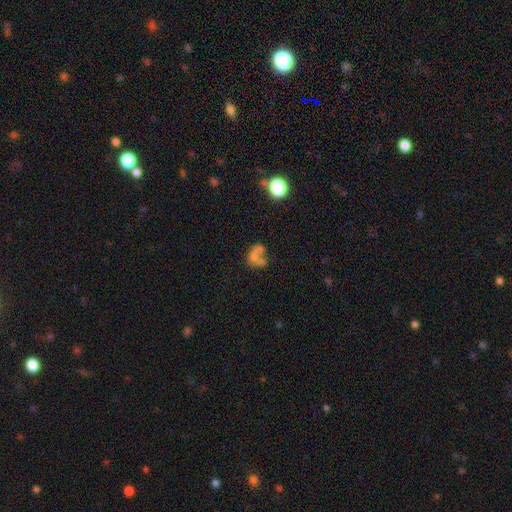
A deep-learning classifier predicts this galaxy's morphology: A smooth galaxy with no disk features (47%).

Vote fractions:
- Smooth or featured? smooth: 47% / featured or disk: 35% / star or artifact: 18%
- Merging? major disturbance: 33% / none: 27% / merger: 25% / minor disturbance: 15%